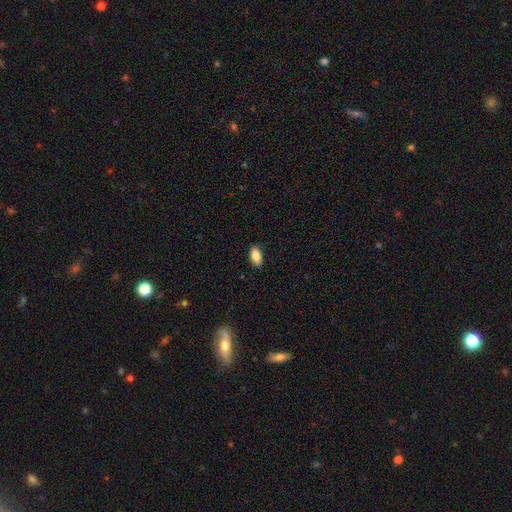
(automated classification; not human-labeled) This appears to be a smooth galaxy with no disk features (84%) that is in between round and cigar-shaped (92%). Merging: none (88%).